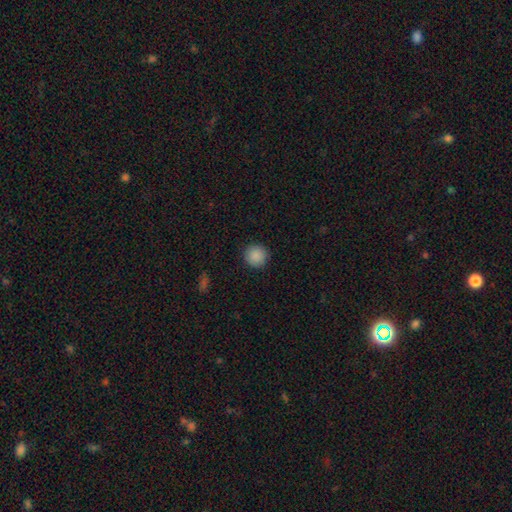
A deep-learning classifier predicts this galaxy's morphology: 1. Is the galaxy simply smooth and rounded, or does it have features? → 89% smooth, 8% star or artifact, 3% featured or disk.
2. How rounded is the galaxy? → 94% round, 5% in between, 1% cigar-shaped.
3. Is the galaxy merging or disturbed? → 91% none, 6% minor disturbance, 2% major disturbance, 1% merger.